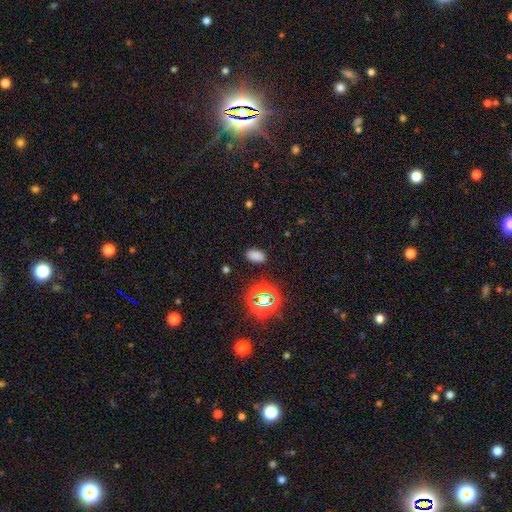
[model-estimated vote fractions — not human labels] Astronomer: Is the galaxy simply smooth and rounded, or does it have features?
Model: smooth — 71%.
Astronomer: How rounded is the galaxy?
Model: in between — 91%.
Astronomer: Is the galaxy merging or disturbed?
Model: none — 85%.